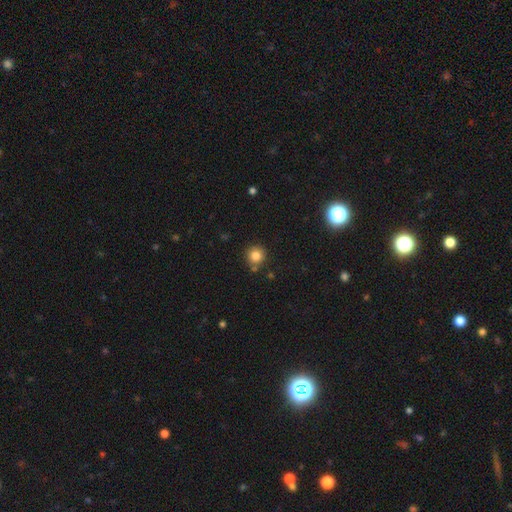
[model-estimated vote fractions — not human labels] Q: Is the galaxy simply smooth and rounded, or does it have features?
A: smooth — 83%.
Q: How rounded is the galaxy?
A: round — 94%.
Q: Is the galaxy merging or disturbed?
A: none — 82%.